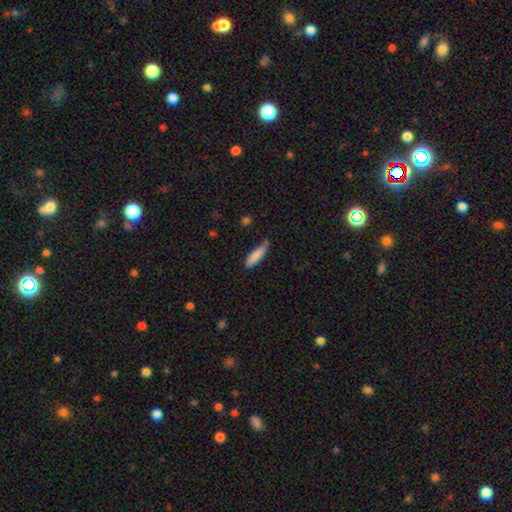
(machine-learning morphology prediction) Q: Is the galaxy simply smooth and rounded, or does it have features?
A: smooth — 85%.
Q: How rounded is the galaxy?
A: cigar-shaped — 71%.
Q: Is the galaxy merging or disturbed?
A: none — 68%.